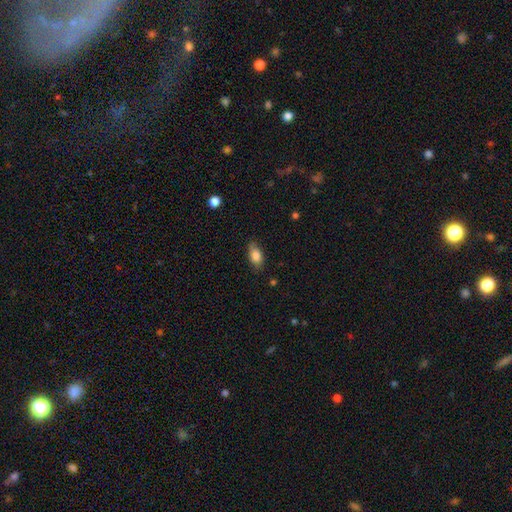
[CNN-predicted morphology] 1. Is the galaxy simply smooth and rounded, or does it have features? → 83% smooth, 10% featured or disk, 7% star or artifact.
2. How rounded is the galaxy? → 87% in between, 7% cigar-shaped, 6% round.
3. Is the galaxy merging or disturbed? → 78% none, 18% minor disturbance, 3% major disturbance, 1% merger.